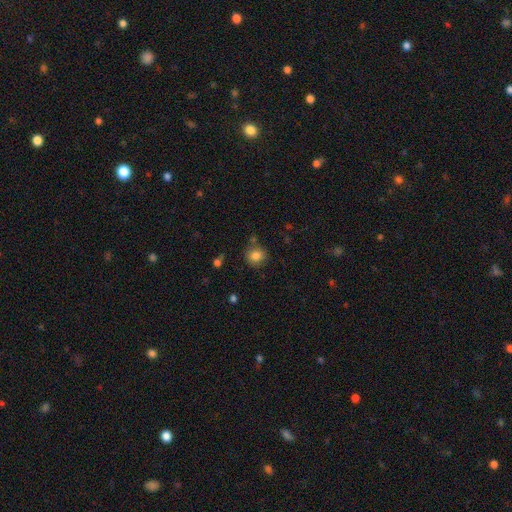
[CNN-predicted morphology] Smooth or featured: smooth — 83% (star or artifact — 11%)
How rounded: round — 88% (in between — 11%)
Merging: none — 80% (minor disturbance — 12%)